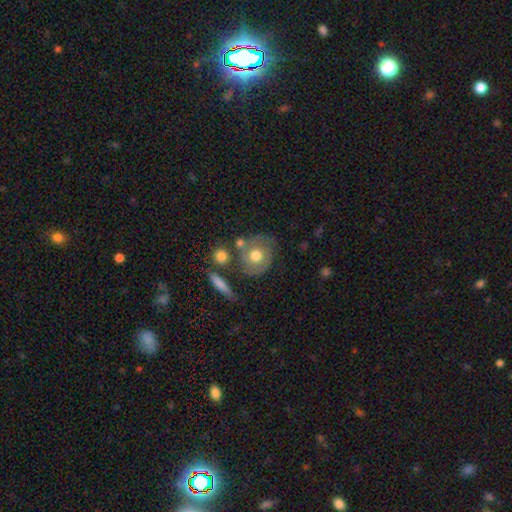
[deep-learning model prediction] Smooth or featured? featured or disk (49%)
Merging? none (59%)